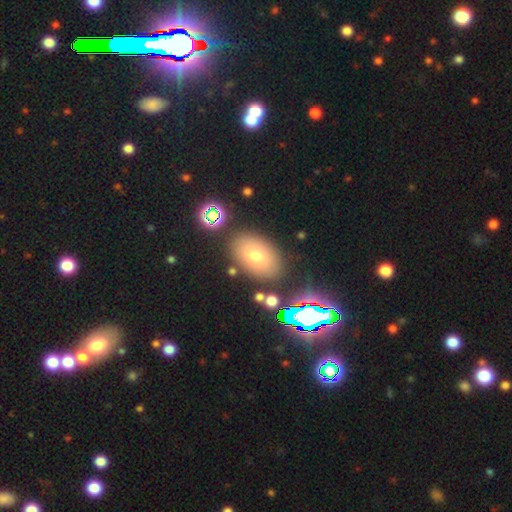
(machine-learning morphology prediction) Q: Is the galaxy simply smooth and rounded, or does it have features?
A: smooth — 68%.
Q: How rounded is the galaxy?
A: in between — 84%.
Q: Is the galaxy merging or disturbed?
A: none — 83%.